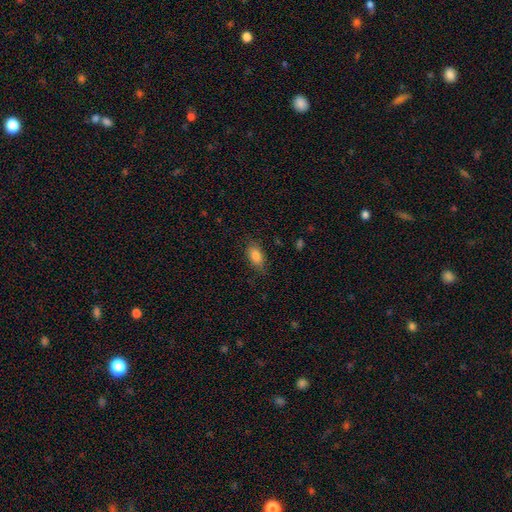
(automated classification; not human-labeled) smooth 85%, star or artifact 8%, featured or disk 8%. Down the decision tree: how rounded — in between (89%); merging — none (81%).